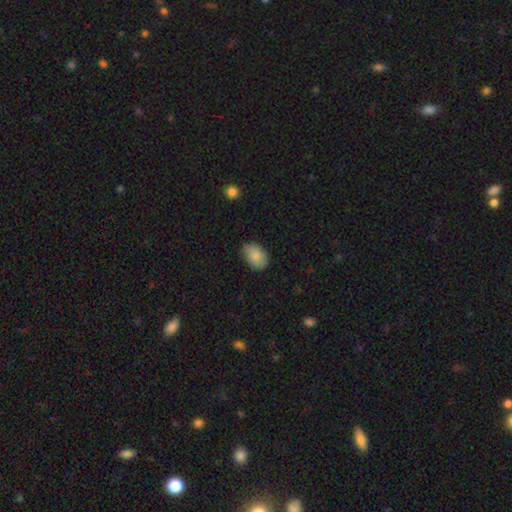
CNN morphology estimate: Smooth or featured?
  - smooth: 86% *
  - featured or disk: 7%
  - star or artifact: 7%
How rounded?
  - in between: 86% *
  - round: 13%
  - cigar-shaped: 1%
Merging?
  - none: 77% *
  - minor disturbance: 18%
  - major disturbance: 3%
  - merger: 1%